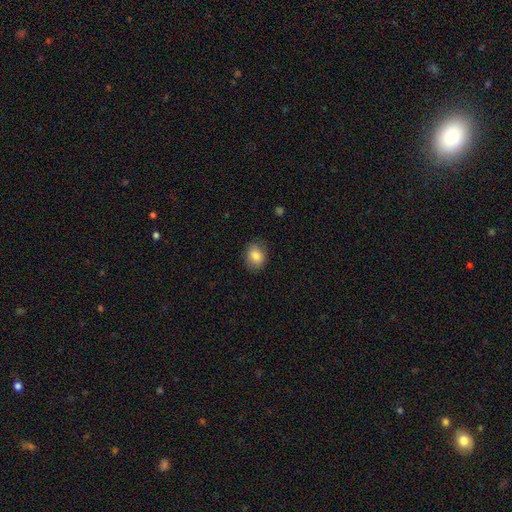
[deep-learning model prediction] Smooth or featured: smooth — 82% (featured or disk — 9%)
How rounded: in between — 51% (round — 48%)
Merging: none — 82% (minor disturbance — 14%)